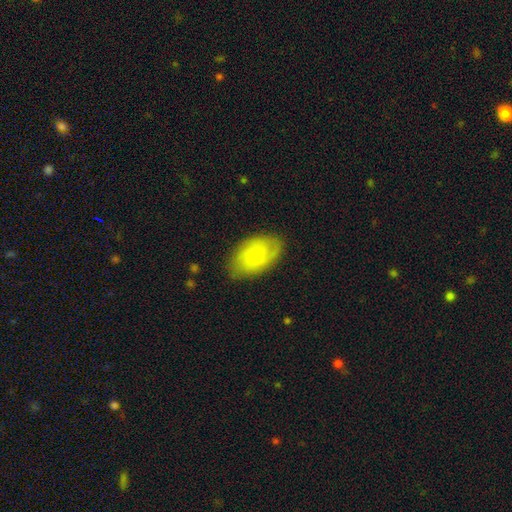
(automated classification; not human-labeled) smooth-or-featured: smooth: 56% | featured or disk: 37% | star or artifact: 7%
  how-rounded: in between: 91% | round: 7% | cigar-shaped: 2%
  merging: none: 79% | minor disturbance: 16% | major disturbance: 4% | merger: 1%